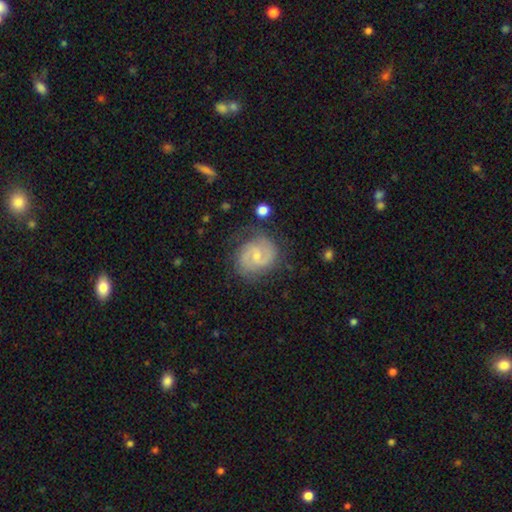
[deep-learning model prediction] Q: Smooth or featured?
A: featured or disk (83%); runner-up: smooth (11%)
Q: Edge-on disk?
A: no (98%); runner-up: yes (2%)
Q: Bar?
A: weak (53%); runner-up: no (37%)
Q: Spiral arms?
A: yes (96%); runner-up: no (4%)
Q: Spiral winding?
A: medium (48%); runner-up: tight (40%)
Q: Spiral arm count?
A: 2 (84%); runner-up: can't tell (7%)
Q: Bulge size?
A: small (63%); runner-up: moderate (30%)
Q: Merging?
A: none (73%); runner-up: minor disturbance (18%)